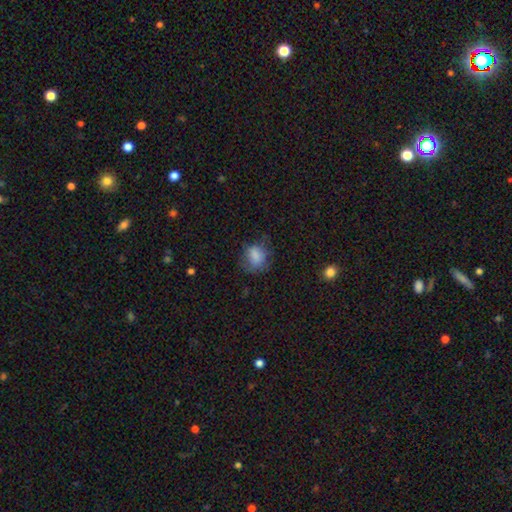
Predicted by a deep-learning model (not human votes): The model was most divided on "how rounded": round: 55%, in between: 44%, cigar-shaped: 1%. More confident: smooth or featured — smooth (78%); merging — none (51%).